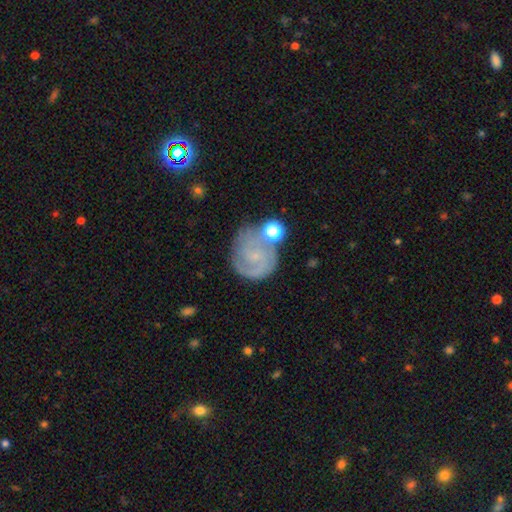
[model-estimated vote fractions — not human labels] This appears to be a featured or disk galaxy (70%) with no bar (69%), 2 (42%) tight (53%) spiral arms (90%) and a small central bulge (74%). Merging: none (61%).